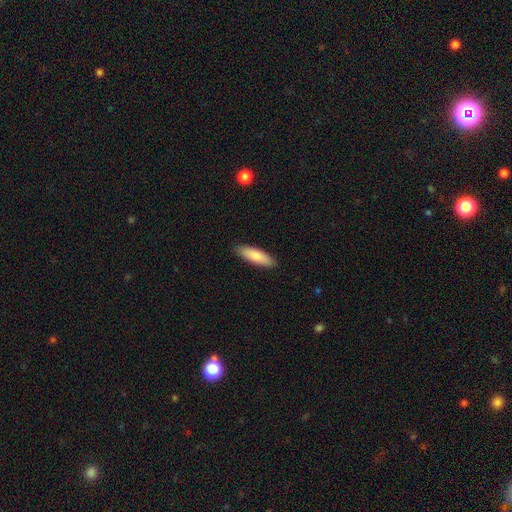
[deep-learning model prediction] smooth_or_featured: smooth (p=0.82) [alt: featured or disk p=0.12]
how_rounded: in between (p=0.49) [tied with: cigar-shaped p=0.49]
merging: none (p=0.89) [alt: minor disturbance p=0.08]